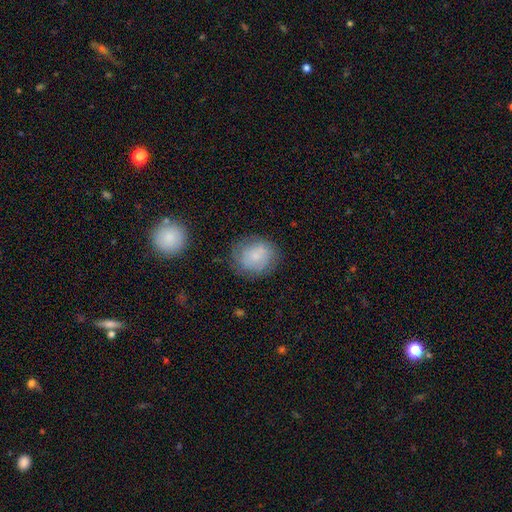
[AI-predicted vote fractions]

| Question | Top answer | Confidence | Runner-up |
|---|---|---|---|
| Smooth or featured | smooth | 67% | featured or disk (25%) |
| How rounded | round | 81% | in between (18%) |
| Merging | none | 73% | minor disturbance (18%) |